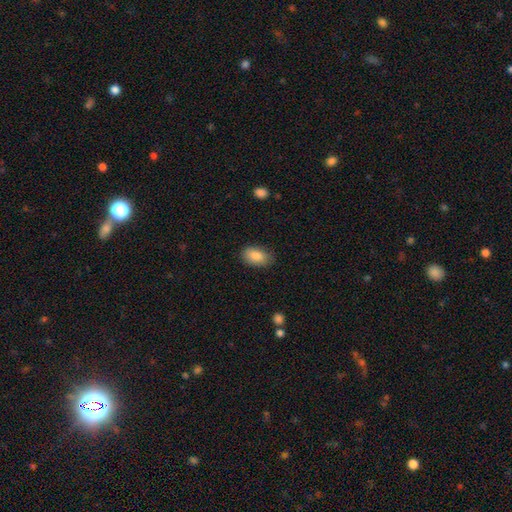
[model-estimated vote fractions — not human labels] Q: Smooth or featured?
A: smooth (86%); runner-up: featured or disk (7%)
Q: How rounded?
A: in between (90%); runner-up: round (8%)
Q: Merging?
A: none (81%); runner-up: minor disturbance (15%)